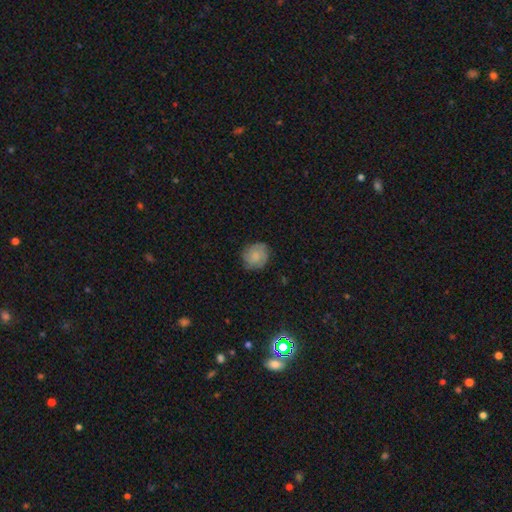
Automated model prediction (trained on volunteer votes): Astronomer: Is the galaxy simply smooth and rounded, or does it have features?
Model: smooth — 59%.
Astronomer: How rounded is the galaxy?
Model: round — 79%.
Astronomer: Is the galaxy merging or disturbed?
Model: none — 80%.